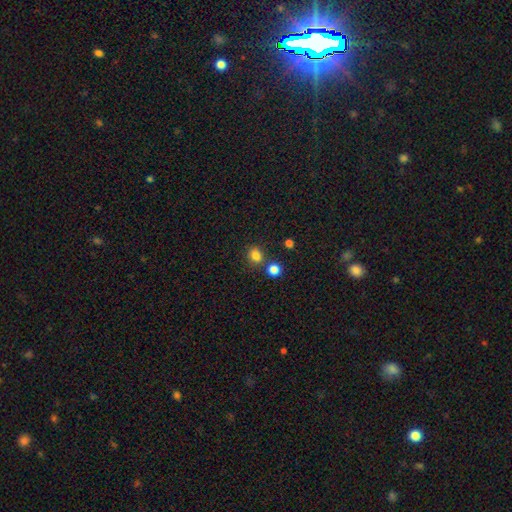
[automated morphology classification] smooth 81%, star or artifact 14%, featured or disk 5%. Down the decision tree: how rounded — round (69%); merging — none (74%).